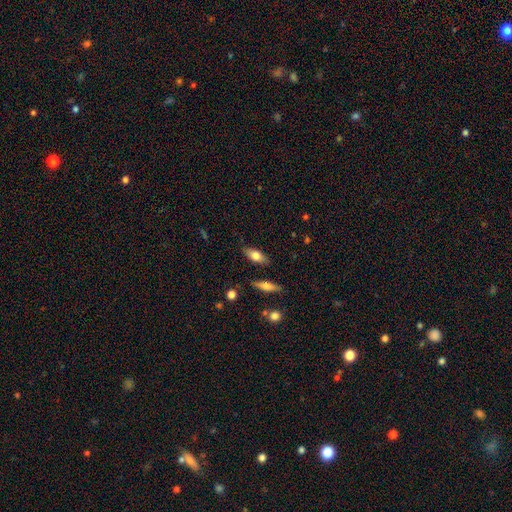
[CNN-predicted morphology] Smooth or featured? smooth (70%)
How rounded? in between (79%)
Merging? none (83%)